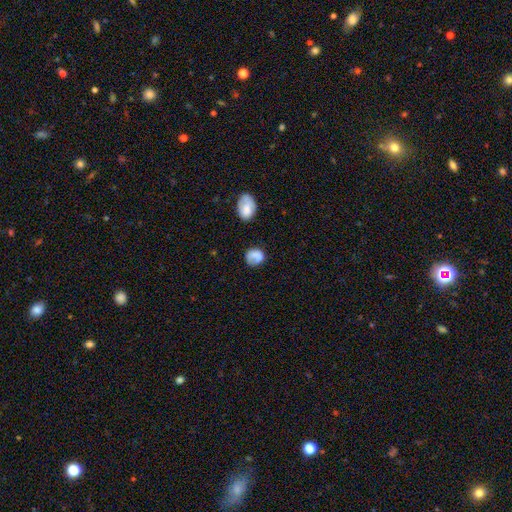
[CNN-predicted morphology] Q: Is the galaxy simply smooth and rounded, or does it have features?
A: smooth — 73%.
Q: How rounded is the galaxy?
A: round — 66%.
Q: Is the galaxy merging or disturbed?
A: none — 55%.